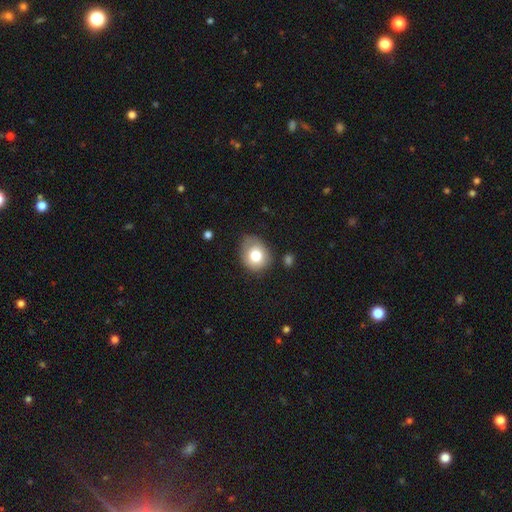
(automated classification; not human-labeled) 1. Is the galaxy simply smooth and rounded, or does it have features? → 77% smooth, 15% featured or disk, 9% star or artifact.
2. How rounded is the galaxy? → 61% round, 39% in between, 1% cigar-shaped.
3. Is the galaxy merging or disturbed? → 66% none, 24% minor disturbance, 6% major disturbance, 3% merger.